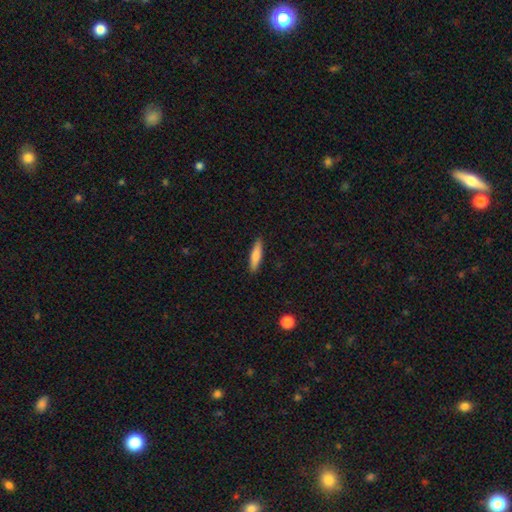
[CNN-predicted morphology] Overall: smooth (76%). How rounded: cigar-shaped (79%). Merging: none (90%).